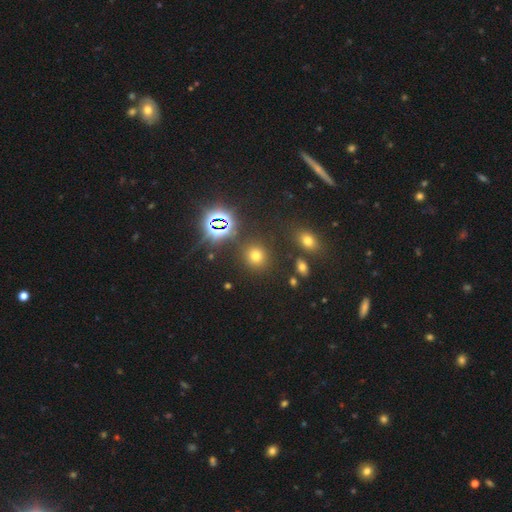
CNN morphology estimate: smooth_or_featured: smooth (p=0.63) [alt: star or artifact p=0.29]
how_rounded: round (p=0.86) [alt: in between p=0.13]
merging: none (p=0.85) [alt: minor disturbance p=0.08]